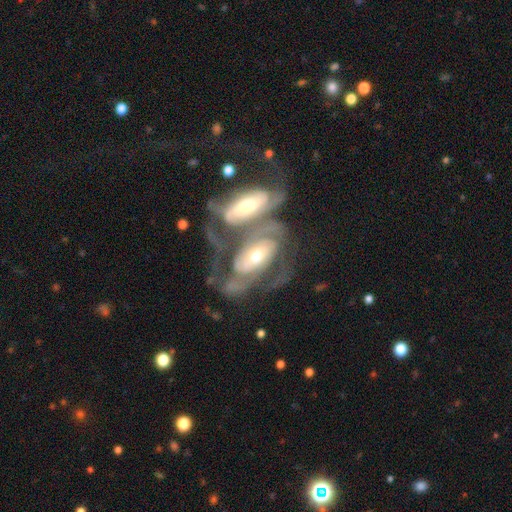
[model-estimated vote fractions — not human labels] Q: Smooth or featured?
A: featured or disk (83%); runner-up: smooth (12%)
Q: Edge-on disk?
A: no (92%); runner-up: yes (8%)
Q: Bar?
A: no (55%); runner-up: weak (27%)
Q: Spiral arms?
A: yes (89%); runner-up: no (11%)
Q: Spiral winding?
A: tight (44%); runner-up: medium (39%)
Q: Spiral arm count?
A: 2 (64%); runner-up: can't tell (21%)
Q: Bulge size?
A: moderate (64%); runner-up: small (24%)
Q: Merging?
A: merger (62%); runner-up: none (18%)